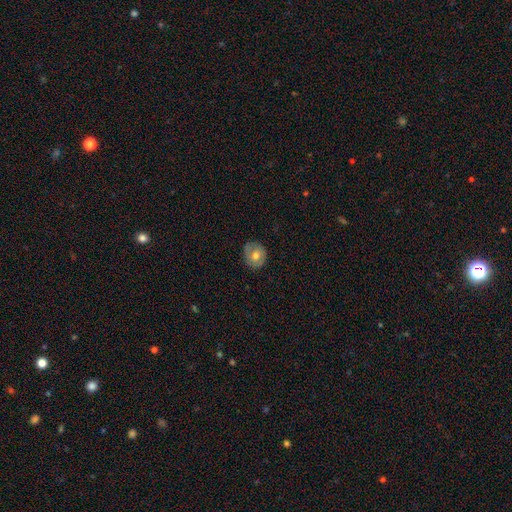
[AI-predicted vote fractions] Smooth or featured? Predicted: smooth (p=0.64). How rounded? Predicted: round (p=0.80). Merging? Predicted: none (p=0.79).